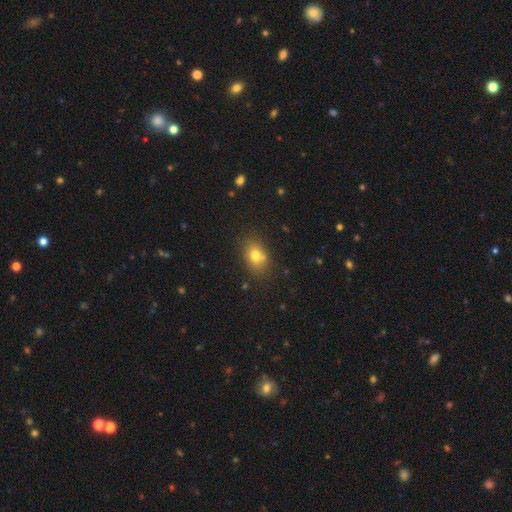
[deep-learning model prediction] smooth 75%, featured or disk 13%, star or artifact 12%. Down the decision tree: how rounded — in between (70%); merging — none (73%).